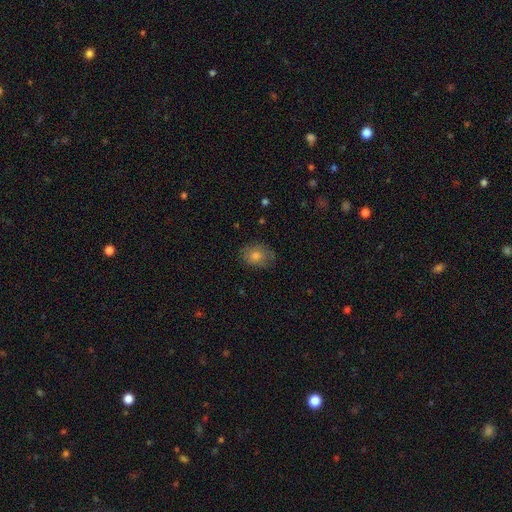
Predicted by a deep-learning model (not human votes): Overall: smooth (75%). How rounded: in between (55%; round 44%). Merging: none (80%).